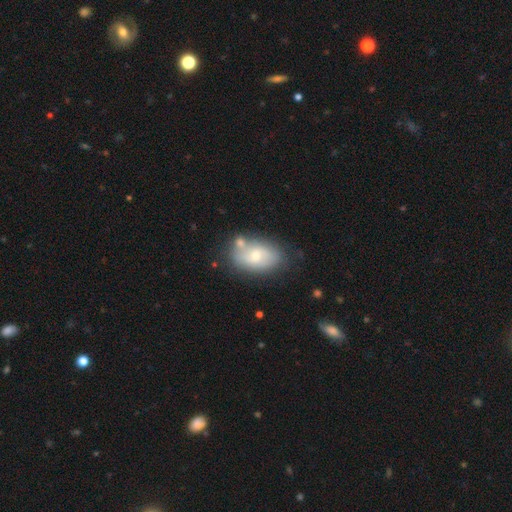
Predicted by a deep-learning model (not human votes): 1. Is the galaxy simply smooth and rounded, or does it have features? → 57% smooth, 35% featured or disk, 8% star or artifact.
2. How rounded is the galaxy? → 87% in between, 11% round, 2% cigar-shaped.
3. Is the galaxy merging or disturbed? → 58% none, 21% minor disturbance, 15% merger, 6% major disturbance.